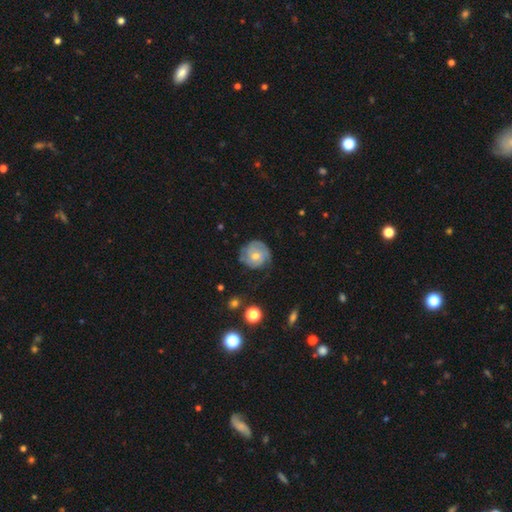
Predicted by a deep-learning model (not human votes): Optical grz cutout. It shows a featured or disk galaxy (61%) with no bar (71%), tight (58%) spiral arms (84%) and a moderate central bulge (55%). Merging: none (66%).